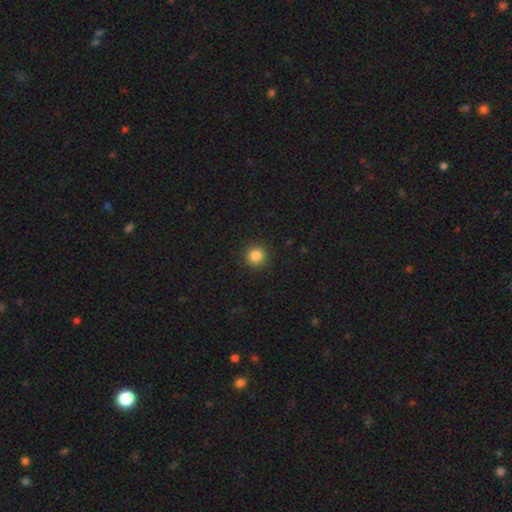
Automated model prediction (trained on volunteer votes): Morphology: type=smooth (85%); roundness=round (94%); merging=none (92%).